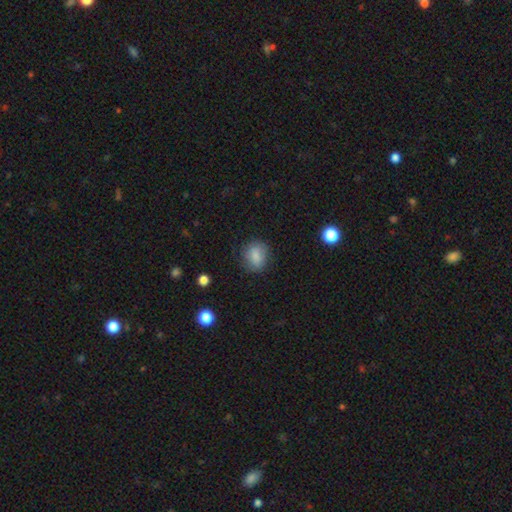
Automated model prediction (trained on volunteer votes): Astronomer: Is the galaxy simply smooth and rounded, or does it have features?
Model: smooth — 82%.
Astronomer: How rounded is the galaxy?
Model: round — 65%.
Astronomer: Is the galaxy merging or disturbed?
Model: none — 78%.